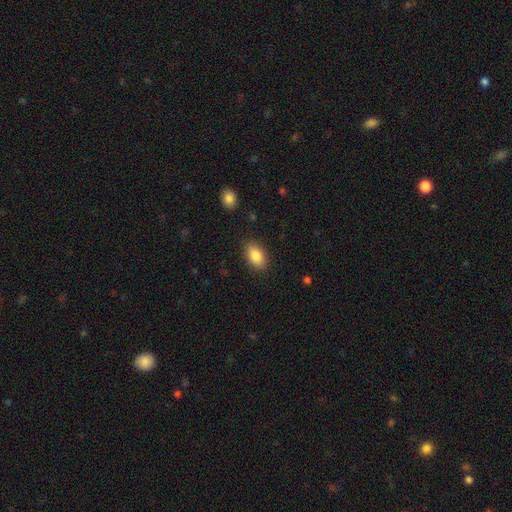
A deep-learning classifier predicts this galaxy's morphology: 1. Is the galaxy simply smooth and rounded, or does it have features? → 86% smooth, 7% star or artifact, 7% featured or disk.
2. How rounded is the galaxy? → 90% in between, 7% round, 2% cigar-shaped.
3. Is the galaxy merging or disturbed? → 86% none, 10% minor disturbance, 3% major disturbance, 1% merger.